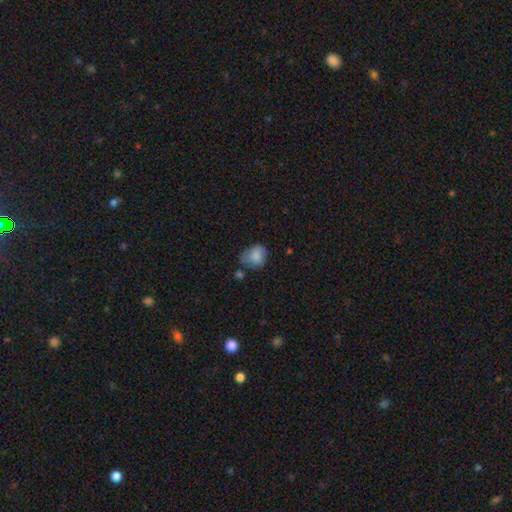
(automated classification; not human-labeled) Morphology: type=smooth (81%); roundness=round (50%); merging=none (49%).